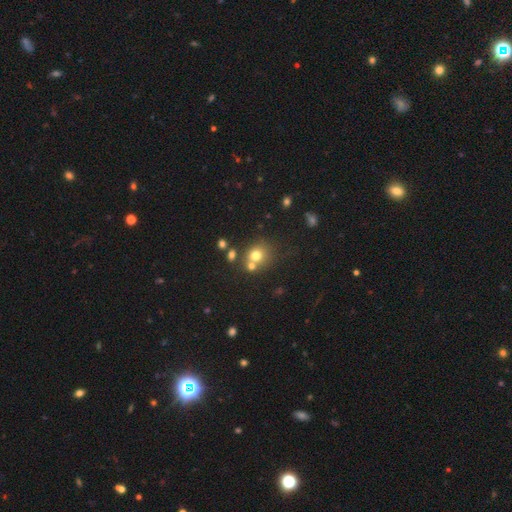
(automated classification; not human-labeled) smooth 71%, star or artifact 16%, featured or disk 13%. Down the decision tree: how rounded — round (82%); merging — none (55%).